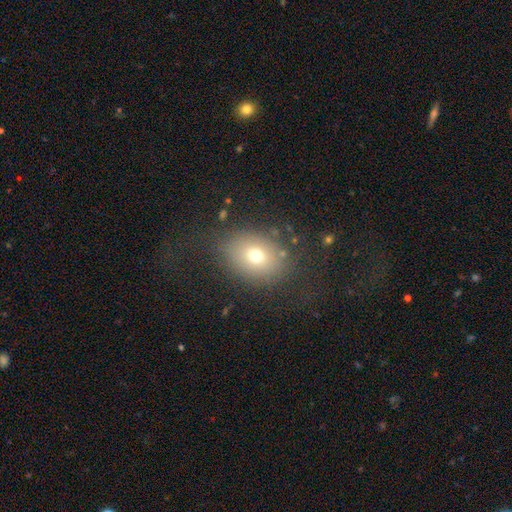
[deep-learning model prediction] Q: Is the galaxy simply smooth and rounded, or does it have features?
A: smooth — 68%.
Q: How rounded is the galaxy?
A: in between — 64%.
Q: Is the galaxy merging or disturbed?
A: none — 75%.